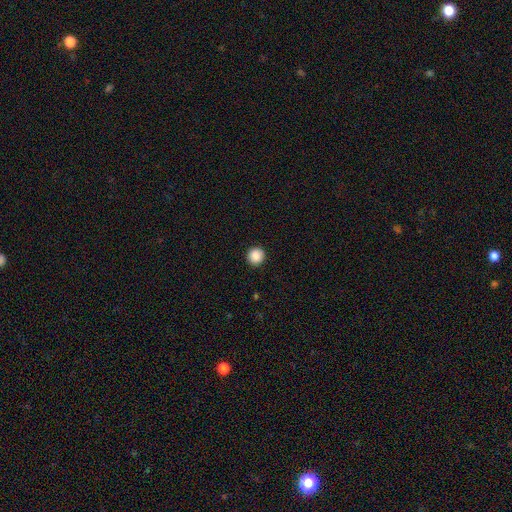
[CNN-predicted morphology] Q: Smooth or featured?
A: smooth (88%); runner-up: star or artifact (9%)
Q: How rounded?
A: round (95%); runner-up: in between (4%)
Q: Merging?
A: none (93%); runner-up: minor disturbance (4%)